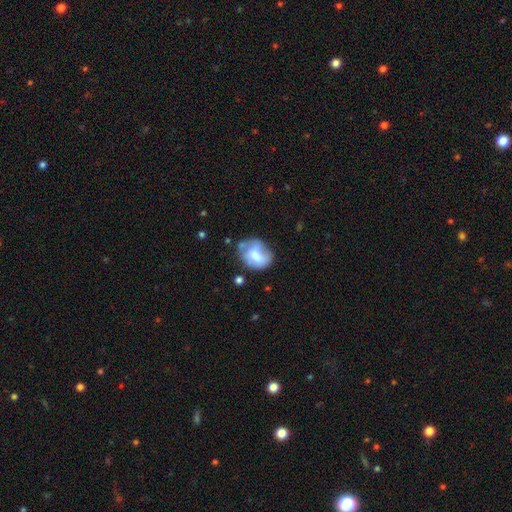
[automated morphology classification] A smooth galaxy with no disk features (60%) that is in between round and cigar-shaped (52%). Merging: none (44%).